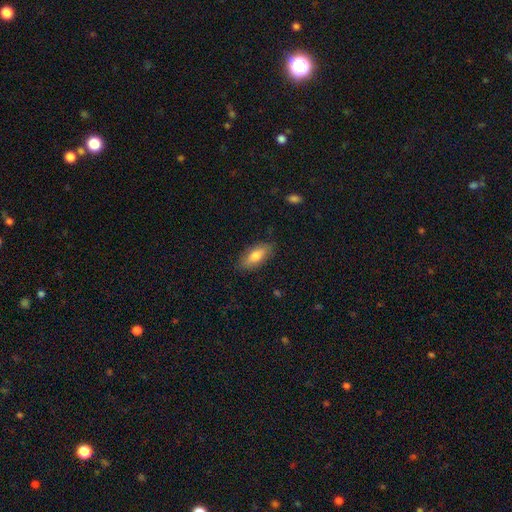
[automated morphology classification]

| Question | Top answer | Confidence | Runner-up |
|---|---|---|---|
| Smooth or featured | smooth | 78% | featured or disk (16%) |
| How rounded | in between | 82% | cigar-shaped (15%) |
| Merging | none | 83% | minor disturbance (13%) |